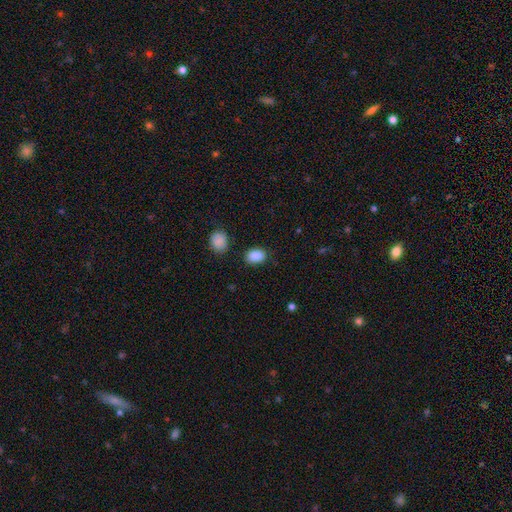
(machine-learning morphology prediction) Smooth or featured?
  - smooth: 89% *
  - star or artifact: 8%
  - featured or disk: 3%
How rounded?
  - in between: 78% *
  - round: 21%
  - cigar-shaped: 1%
Merging?
  - none: 82% *
  - minor disturbance: 11%
  - major disturbance: 3%
  - merger: 3%